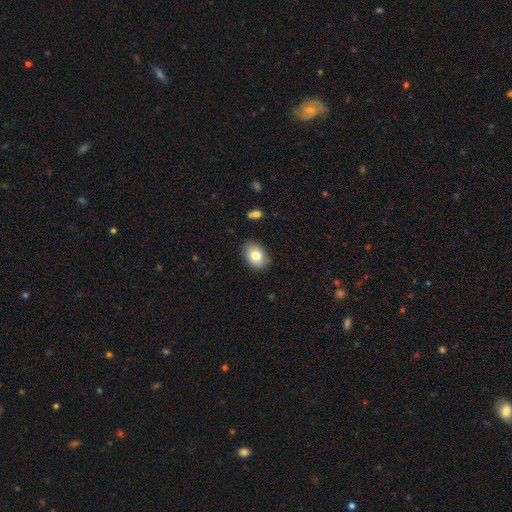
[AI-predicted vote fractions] smooth_or_featured: smooth (p=0.82) [alt: featured or disk p=0.11]
how_rounded: in between (p=0.83) [alt: round p=0.16]
merging: none (p=0.83) [alt: minor disturbance p=0.13]